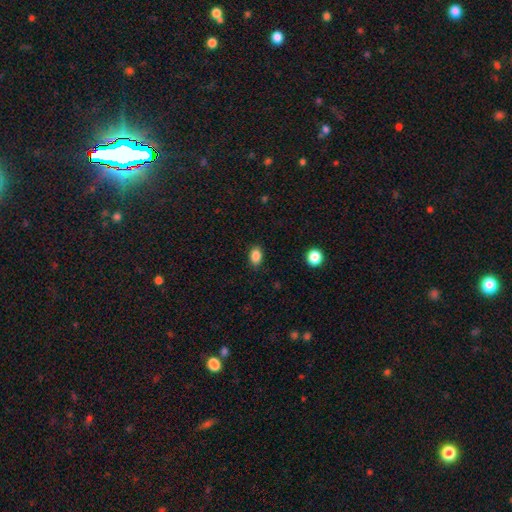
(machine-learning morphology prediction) Smooth or featured: smooth — 87% (star or artifact — 10%)
How rounded: in between — 81% (round — 17%)
Merging: none — 87% (minor disturbance — 9%)